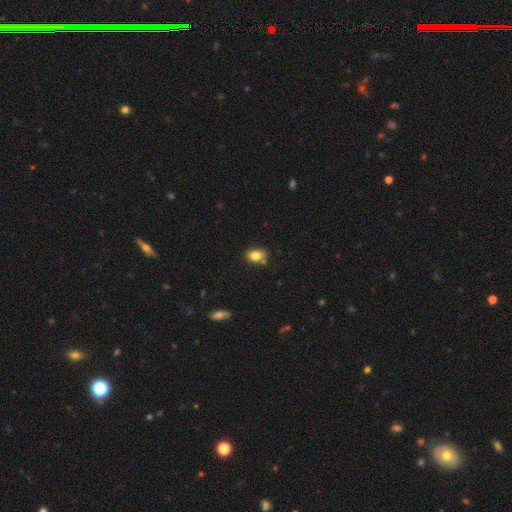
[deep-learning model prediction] Smooth or featured? smooth (81%)
How rounded? in between (71%)
Merging? none (71%)